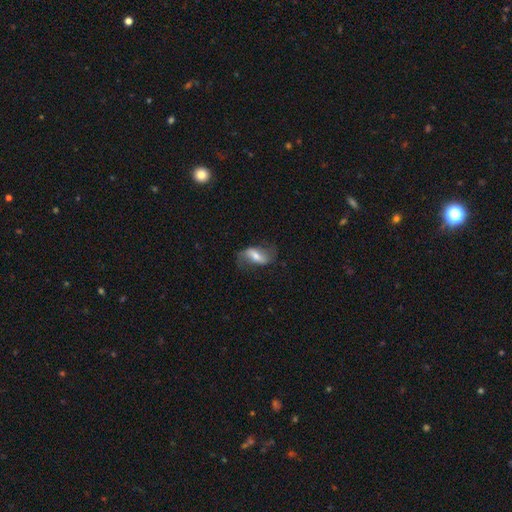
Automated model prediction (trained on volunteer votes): Smooth or featured?
  - featured or disk: 60% *
  - smooth: 33%
  - star or artifact: 8%
Edge-on disk?
  - no: 90% *
  - yes: 10%
Bar?
  - strong: 44% *
  - weak: 36%
  - no: 20%
Spiral arms?
  - yes: 79% *
  - no: 21%
Bulge size?
  - moderate: 52% *
  - small: 29%
  - large: 11%
  - none: 5%
  - dominant: 2%
Merging?
  - none: 66% *
  - minor disturbance: 20%
  - major disturbance: 12%
  - merger: 2%